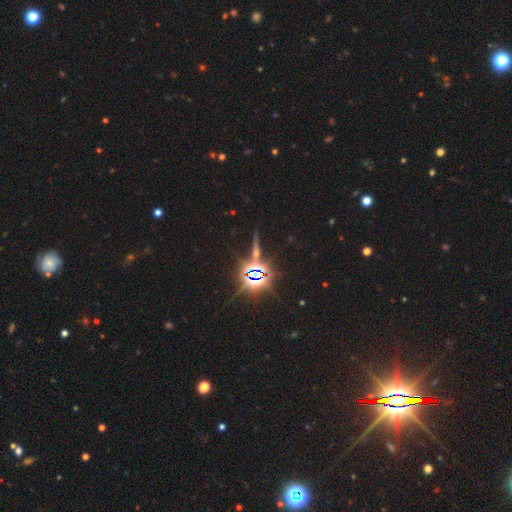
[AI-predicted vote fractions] Smooth or featured? Predicted: star or artifact (p=0.79).